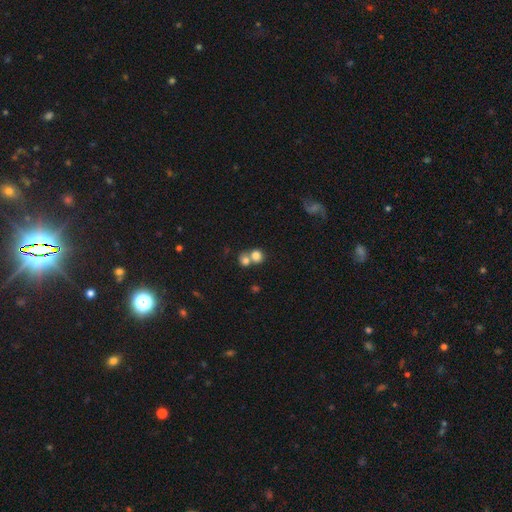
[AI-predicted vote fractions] This is likely a smooth galaxy (79%). How rounded: clearly round (80%). Merging: possibly merger (53%).